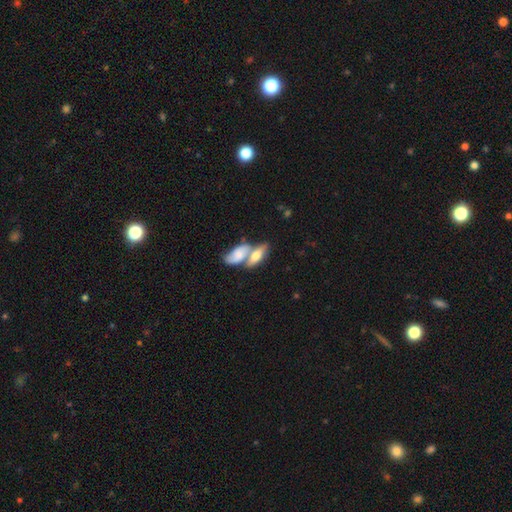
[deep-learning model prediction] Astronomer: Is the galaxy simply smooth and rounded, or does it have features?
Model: smooth — 57% (runner-up: featured or disk, 36%).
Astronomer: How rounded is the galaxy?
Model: in between — 74%.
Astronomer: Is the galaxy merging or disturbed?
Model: merger — 60%.